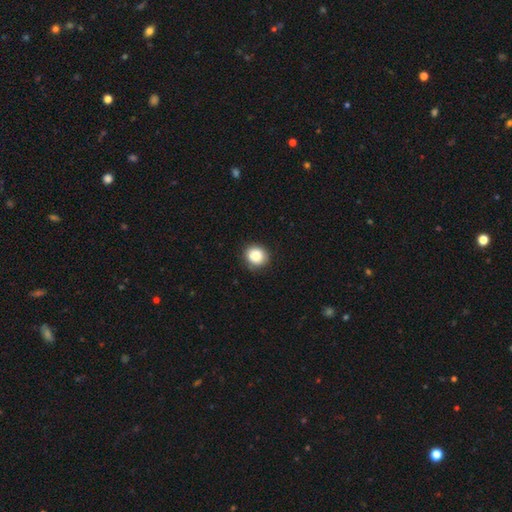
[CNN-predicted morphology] Smooth or featured: smooth — 86% (star or artifact — 9%)
How rounded: round — 86% (in between — 13%)
Merging: none — 87% (minor disturbance — 10%)